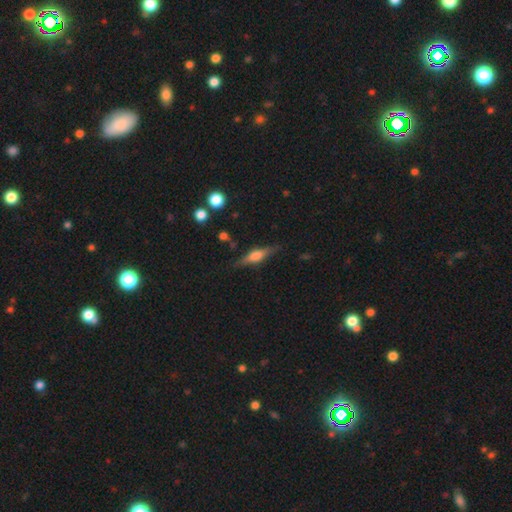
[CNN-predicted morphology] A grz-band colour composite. It shows a featured or disk galaxy (63%) viewed edge-on (96%) with a rounded central bulge (81%). Merging: none (84%).